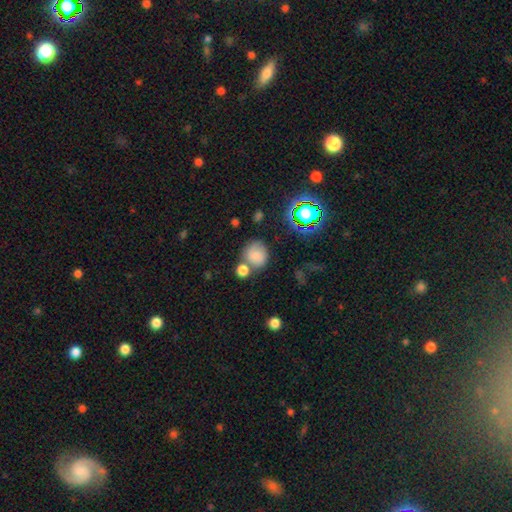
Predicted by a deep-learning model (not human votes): smooth_or_featured: smooth (p=0.74) [alt: star or artifact p=0.14]
how_rounded: round (p=0.77) [alt: in between p=0.22]
merging: none (p=0.54) [alt: merger p=0.26]